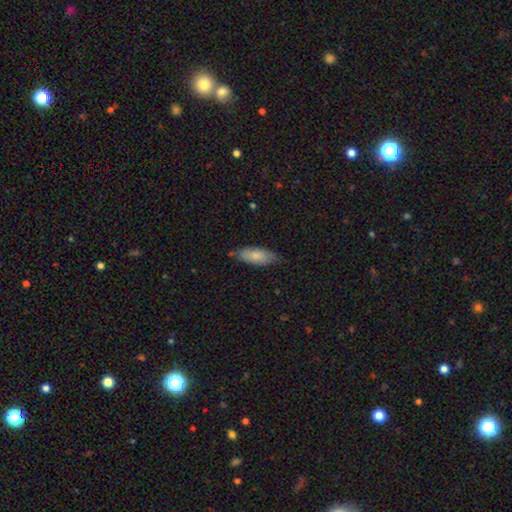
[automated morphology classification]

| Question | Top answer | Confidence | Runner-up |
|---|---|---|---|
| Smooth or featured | smooth | 80% | featured or disk (15%) |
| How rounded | in between | 79% | cigar-shaped (19%) |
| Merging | none | 72% | minor disturbance (23%) |